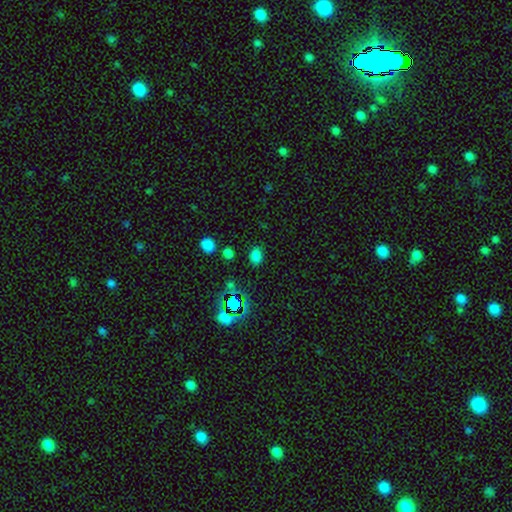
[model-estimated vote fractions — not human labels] This appears to be a smooth galaxy with no disk features (72%) that is in between round and cigar-shaped (69%). Merging: none (80%).